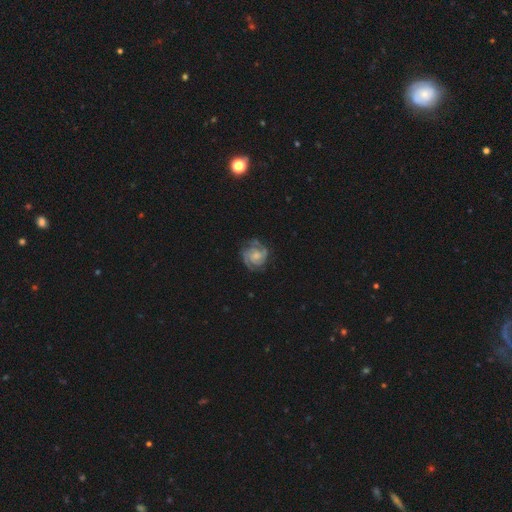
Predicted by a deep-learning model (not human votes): featured or disk 84%, smooth 10%, star or artifact 6%. Down the decision tree: edge-on disk — no (98%); bar — no (66%); spiral arms — yes (97%); spiral arm count — 2 (40%); spiral winding — tight (64%); bulge size — small (44%); merging — none (75%).